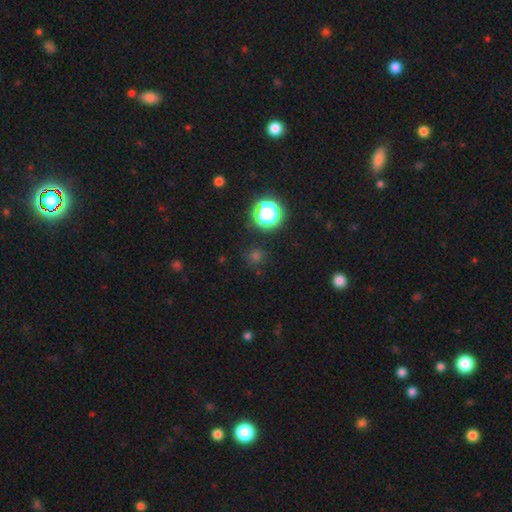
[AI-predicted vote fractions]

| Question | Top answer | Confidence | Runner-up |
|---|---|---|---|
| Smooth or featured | smooth | 56% | star or artifact (38%) |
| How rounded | round | 92% | in between (7%) |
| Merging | none | 85% | minor disturbance (9%) |